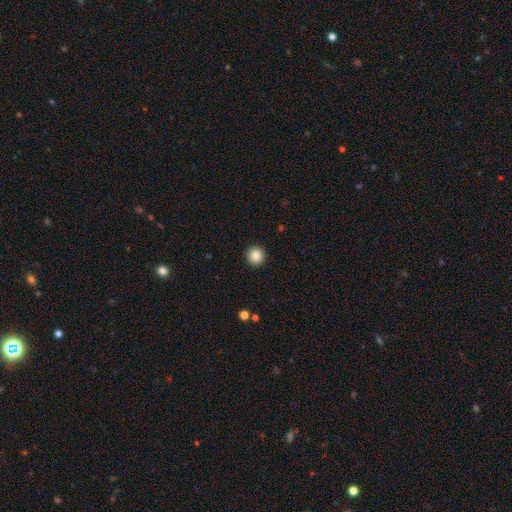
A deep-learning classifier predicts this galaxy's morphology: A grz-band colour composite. It shows a smooth galaxy with no disk features (84%) that is round (96%). Merging: none (93%).